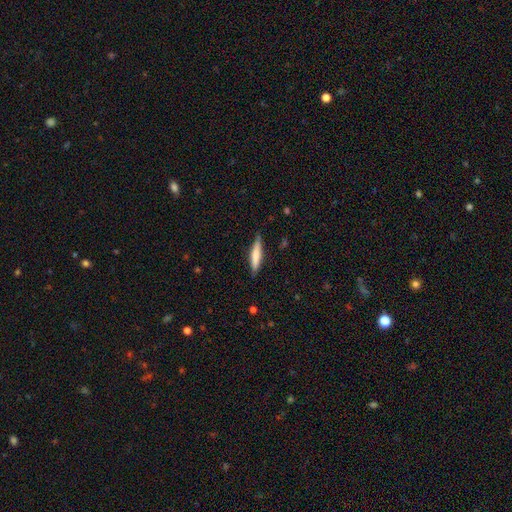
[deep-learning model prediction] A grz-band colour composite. It shows a smooth galaxy with no disk features (65%) that is cigar-shaped (85%). Merging: none (84%).